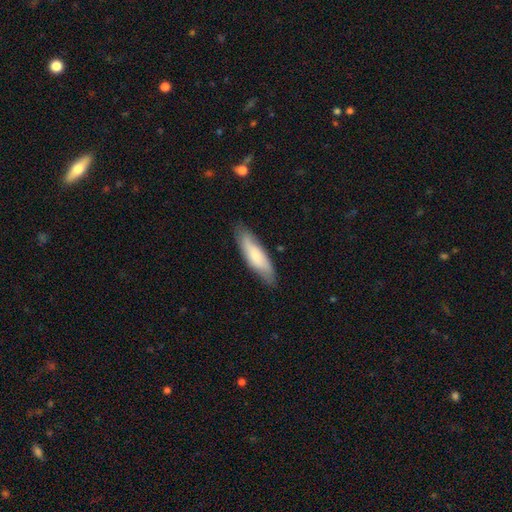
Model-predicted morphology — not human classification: A smooth galaxy with no disk features (68%) that is cigar-shaped (57%).

Vote fractions:
- Smooth or featured? smooth: 68% / featured or disk: 26% / star or artifact: 6%
- How rounded? cigar-shaped: 57% / in between: 42% / round: 2%
- Merging? none: 80% / minor disturbance: 16% / major disturbance: 3% / merger: 1%